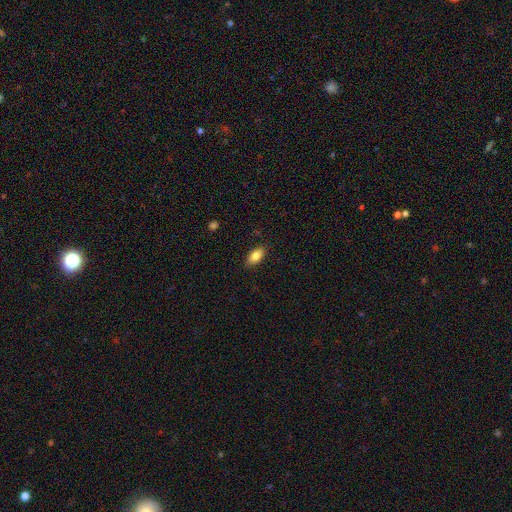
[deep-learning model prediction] The model was most divided on "smooth or featured": smooth: 84%, featured or disk: 9%, star or artifact: 8%. More confident: how rounded — in between (90%); merging — none (87%).